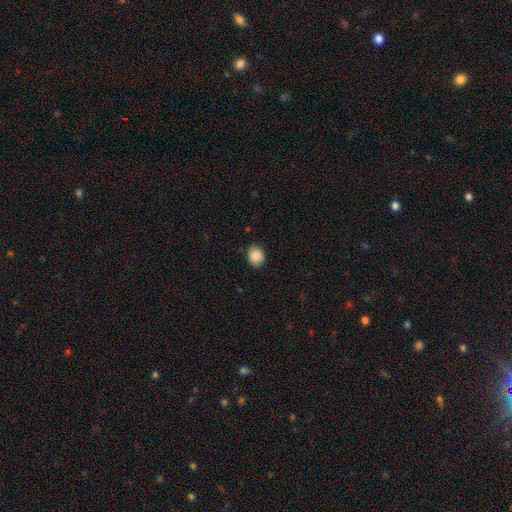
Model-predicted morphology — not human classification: Smooth or featured? smooth (89%)
How rounded? round (54%)
Merging? none (87%)